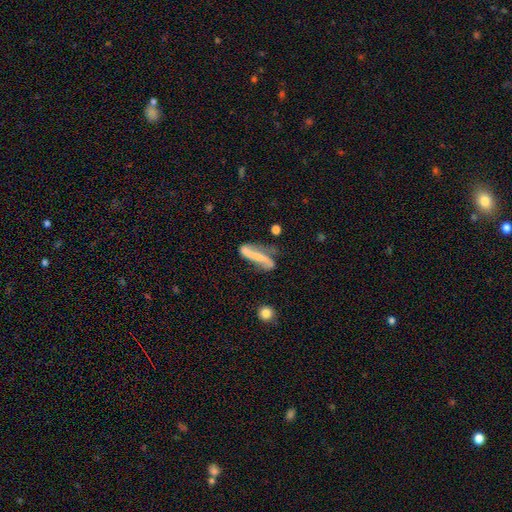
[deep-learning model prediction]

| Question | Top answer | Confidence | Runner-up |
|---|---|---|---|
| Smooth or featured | featured or disk | 64% | smooth (28%) |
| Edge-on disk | no | 77% | yes (23%) |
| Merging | none | 54% | minor disturbance (25%) |